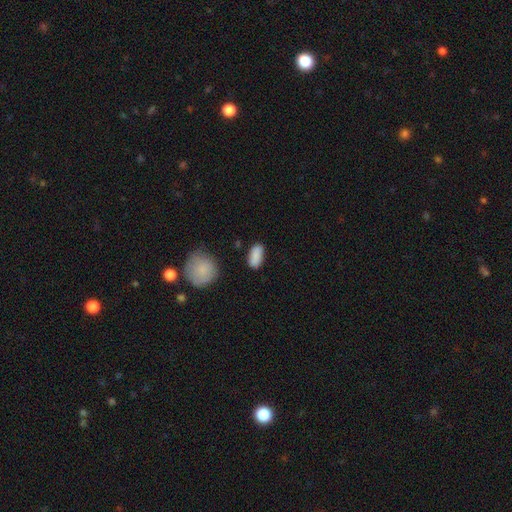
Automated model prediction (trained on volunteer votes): This appears to be a smooth galaxy with no disk features (86%) that is in between round and cigar-shaped (89%). Merging: none (81%).